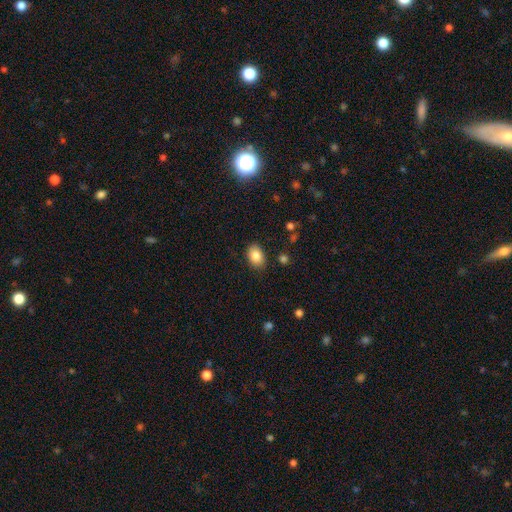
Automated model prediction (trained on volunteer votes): A smooth galaxy with no disk features (86%) that is in between round and cigar-shaped (84%).

Vote fractions:
- Smooth or featured? smooth: 86% / star or artifact: 8% / featured or disk: 7%
- How rounded? in between: 84% / round: 15% / cigar-shaped: 1%
- Merging? none: 85% / minor disturbance: 11% / major disturbance: 3% / merger: 1%